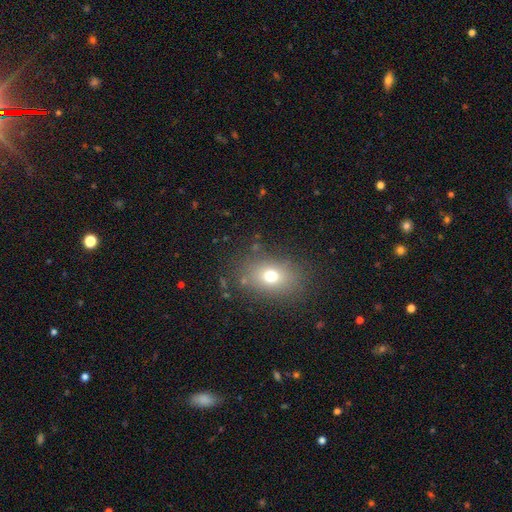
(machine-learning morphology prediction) A smooth galaxy with no disk features (68%) that is in between round and cigar-shaped (67%). Merging: none (83%).